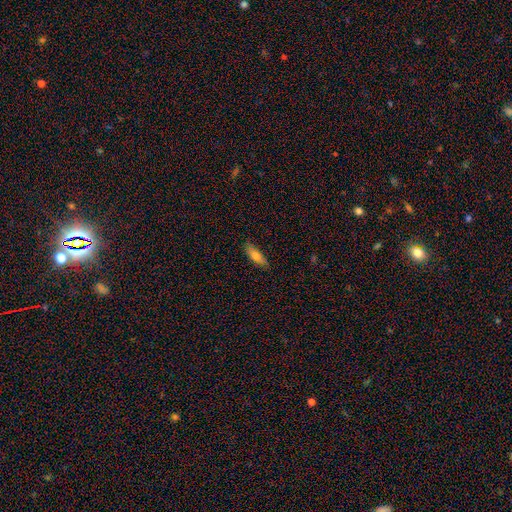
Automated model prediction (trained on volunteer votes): smooth-or-featured: smooth: 75% | featured or disk: 18% | star or artifact: 7%
  how-rounded: in between: 57% | cigar-shaped: 40% | round: 2%
  merging: none: 83% | minor disturbance: 14% | major disturbance: 2% | merger: 1%